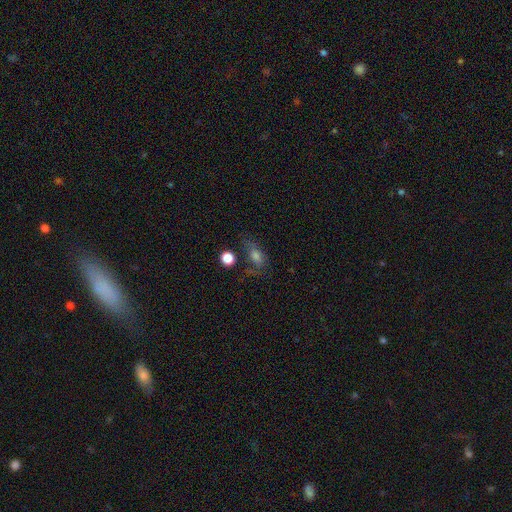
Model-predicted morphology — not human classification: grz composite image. It shows a smooth galaxy with no disk features (56%) that is in between round and cigar-shaped (68%). Merging: none (46%).